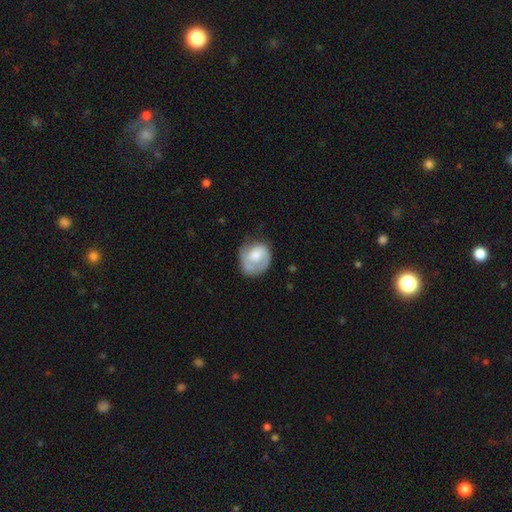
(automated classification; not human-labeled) A featured or disk galaxy (47%, tied with smooth). Merging: none (50%).